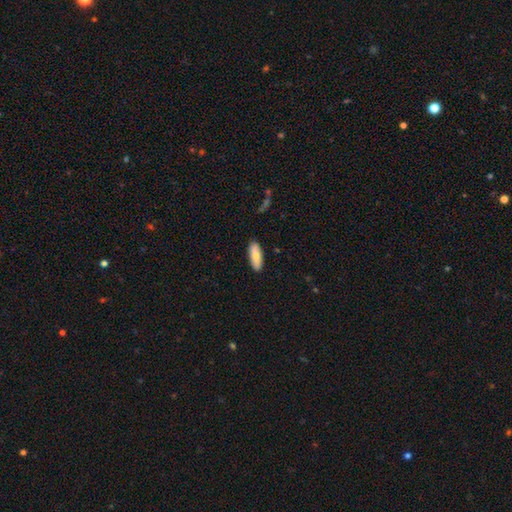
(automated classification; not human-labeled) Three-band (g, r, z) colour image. It shows a smooth galaxy with no disk features (79%) that is in between round and cigar-shaped (66%). Merging: none (89%).